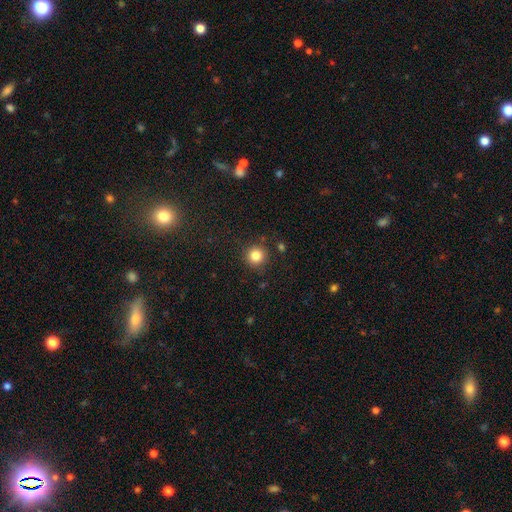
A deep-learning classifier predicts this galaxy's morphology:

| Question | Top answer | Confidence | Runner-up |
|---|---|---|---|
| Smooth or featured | smooth | 84% | star or artifact (11%) |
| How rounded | round | 94% | in between (5%) |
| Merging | none | 88% | minor disturbance (7%) |